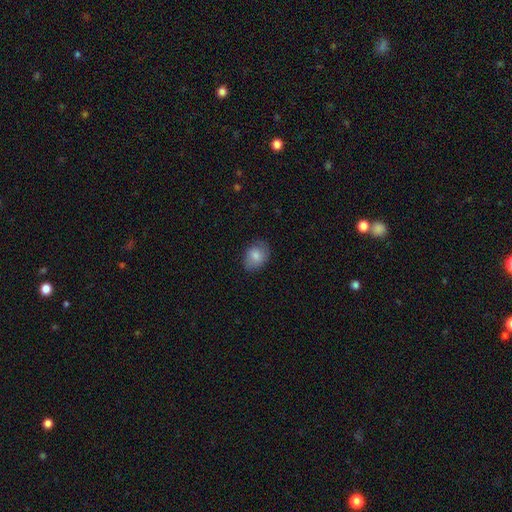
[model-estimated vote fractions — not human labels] A smooth galaxy with no disk features (81%) that is in between round and cigar-shaped (65%). Merging: none (77%).